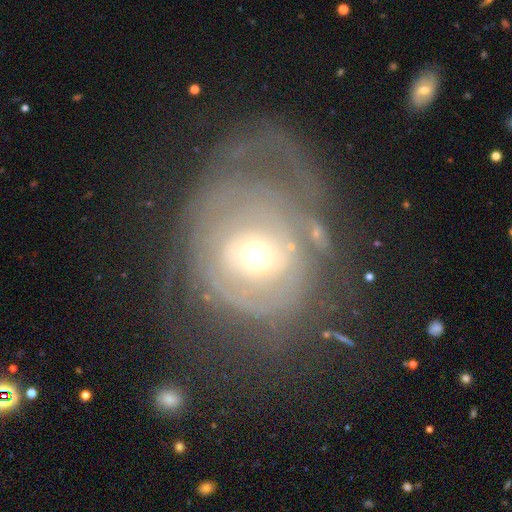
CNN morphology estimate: Smooth or featured? featured or disk (67%)
Edge-on disk? no (96%)
Bar? no (79%)
Spiral arms? yes (56%)
Bulge size? moderate (47%)
Merging? major disturbance (39%)